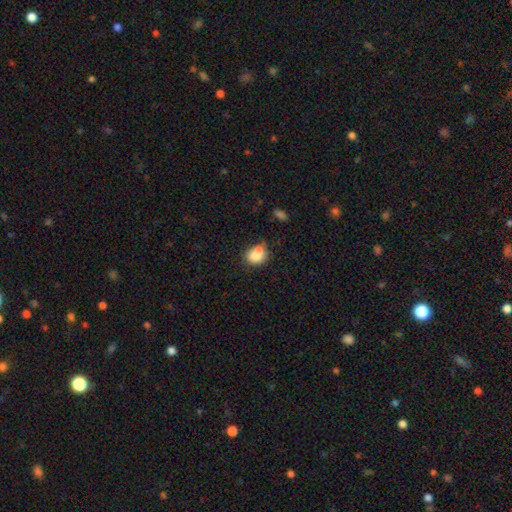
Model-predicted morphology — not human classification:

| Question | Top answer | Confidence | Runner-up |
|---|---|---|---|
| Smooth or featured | smooth | 81% | star or artifact (10%) |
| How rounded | round | 64% | in between (35%) |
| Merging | none | 51% | merger (26%) |